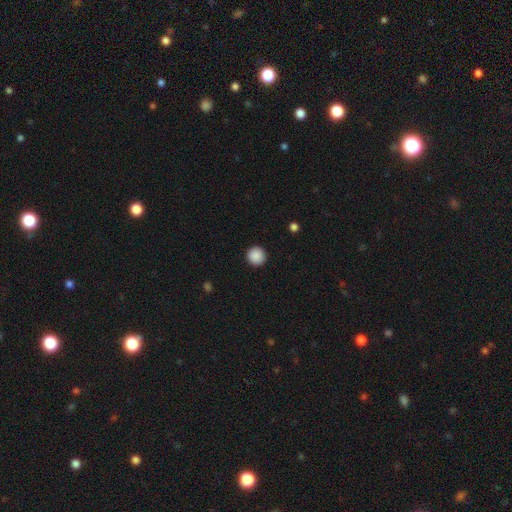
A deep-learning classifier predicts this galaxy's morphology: A smooth galaxy with no disk features (89%) that is round (95%).

Vote fractions:
- Smooth or featured? smooth: 89% / star or artifact: 8% / featured or disk: 2%
- How rounded? round: 95% / in between: 4% / cigar-shaped: 1%
- Merging? none: 93% / minor disturbance: 5% / major disturbance: 2% / merger: 1%